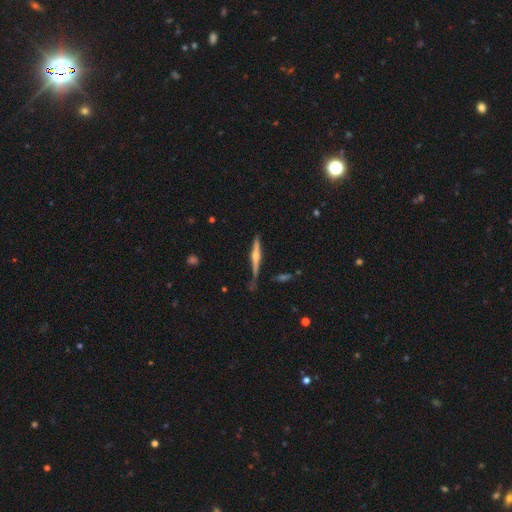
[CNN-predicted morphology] type=featured or disk (70%); edge-on=yes (97%); edge-on bulge=rounded (85%); merging=none (70%).